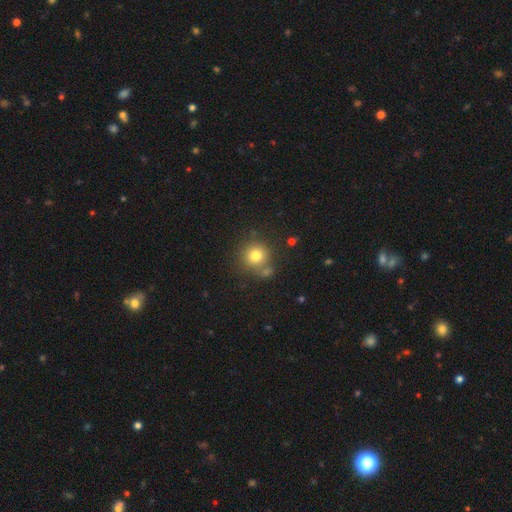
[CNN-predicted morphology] This is likely a smooth galaxy (78%). How rounded: clearly round (91%). Merging: likely none (70%).